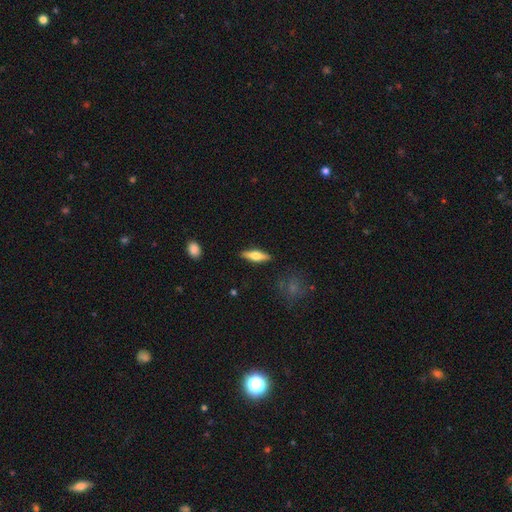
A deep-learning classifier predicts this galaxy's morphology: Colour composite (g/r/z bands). It shows a smooth galaxy with no disk features (53%) that is cigar-shaped (56%). Merging: none (88%).